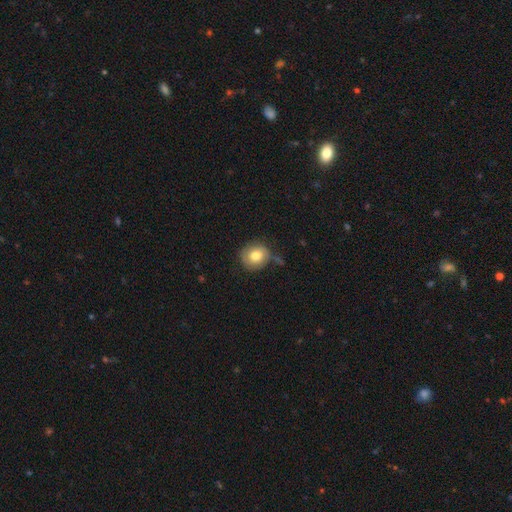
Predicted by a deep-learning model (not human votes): A smooth galaxy with no disk features (75%) that is round (85%).

Vote fractions:
- Smooth or featured? smooth: 75% / featured or disk: 17% / star or artifact: 8%
- How rounded? round: 85% / in between: 14% / cigar-shaped: 1%
- Merging? none: 63% / minor disturbance: 22% / major disturbance: 8% / merger: 7%